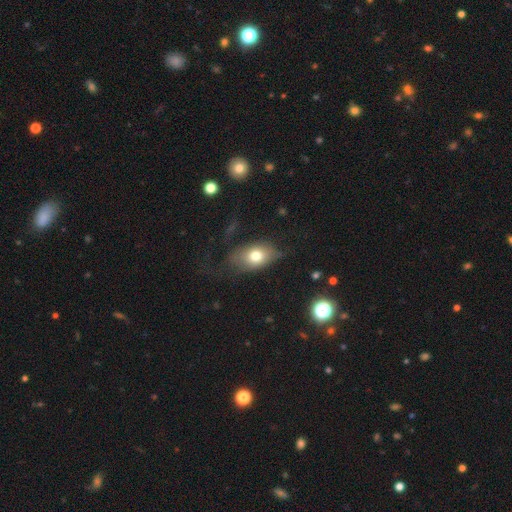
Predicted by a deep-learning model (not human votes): This is likely a smooth galaxy (70%). How rounded: likely in between (79%). Merging: possibly none (51%).